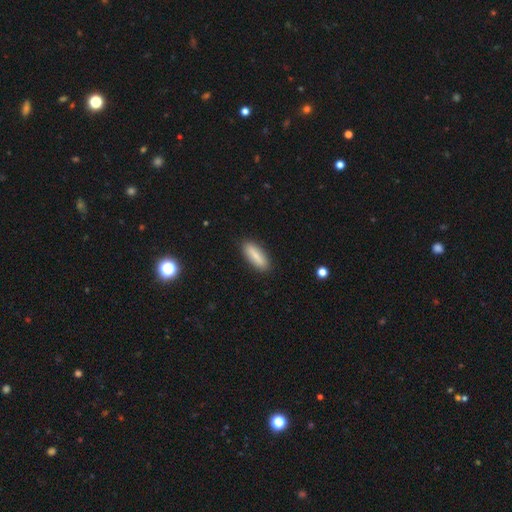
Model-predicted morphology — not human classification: A smooth galaxy with no disk features (79%) that is in between round and cigar-shaped (56%). Merging: none (88%).